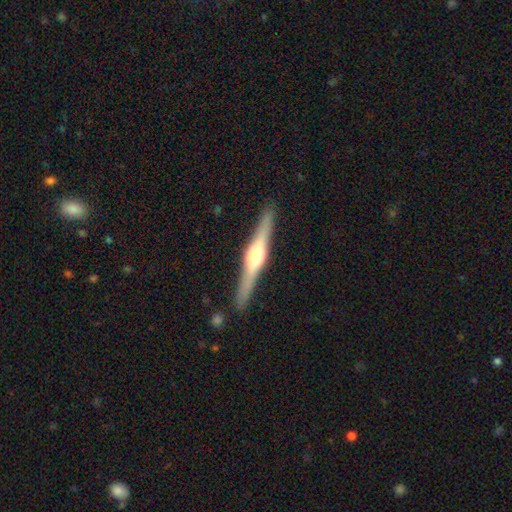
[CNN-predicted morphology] This is likely a featured or disk galaxy (78%). It is clearly viewed edge-on (98%). Edge-on bulge: clearly rounded (88%). Merging: clearly none (90%).